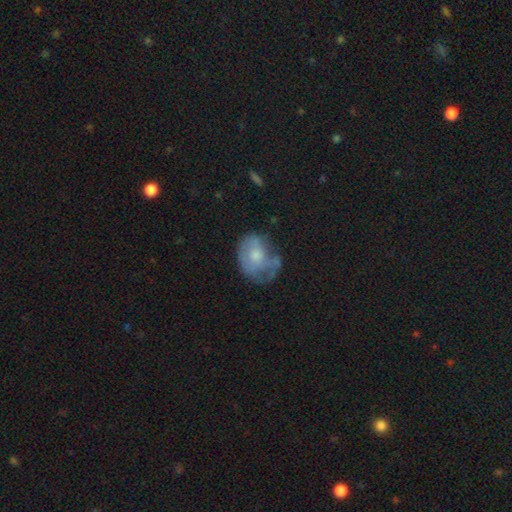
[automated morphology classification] Overall: smooth (50%; featured or disk 42%). Merging: none (37%; minor disturbance 31%).